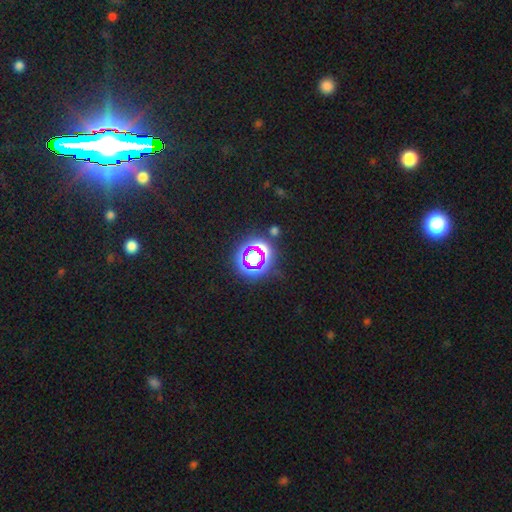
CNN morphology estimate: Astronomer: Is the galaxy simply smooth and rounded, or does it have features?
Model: star or artifact — 65%.